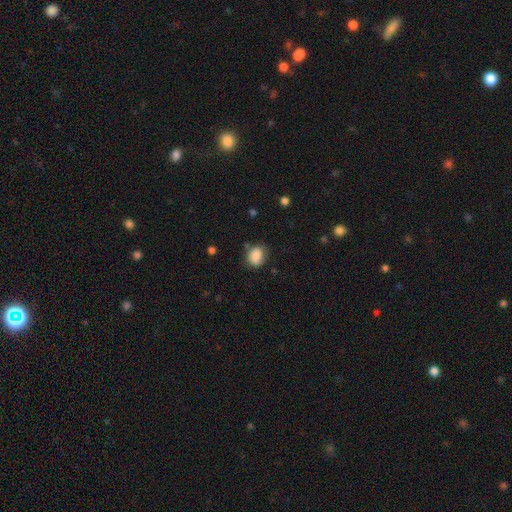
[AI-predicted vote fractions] Smooth or featured? Predicted: smooth (p=0.84). How rounded? Predicted: in between (p=0.54). Merging? Predicted: none (p=0.67).